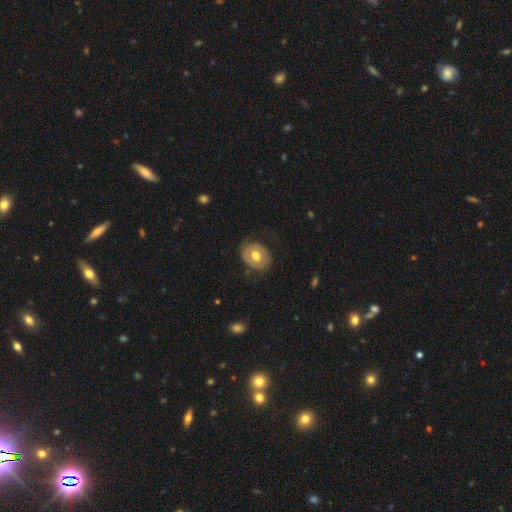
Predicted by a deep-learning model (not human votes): Overall: smooth (51%; featured or disk 42%). How rounded: in between (54%; round 45%). Merging: none (75%).